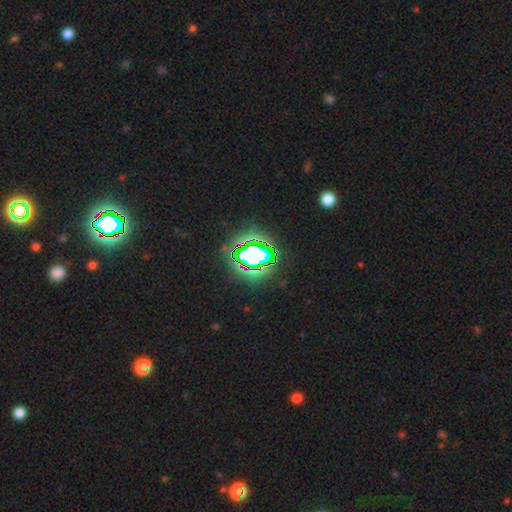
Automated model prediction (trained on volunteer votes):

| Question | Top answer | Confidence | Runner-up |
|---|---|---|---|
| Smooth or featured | star or artifact | 69% | smooth (19%) |